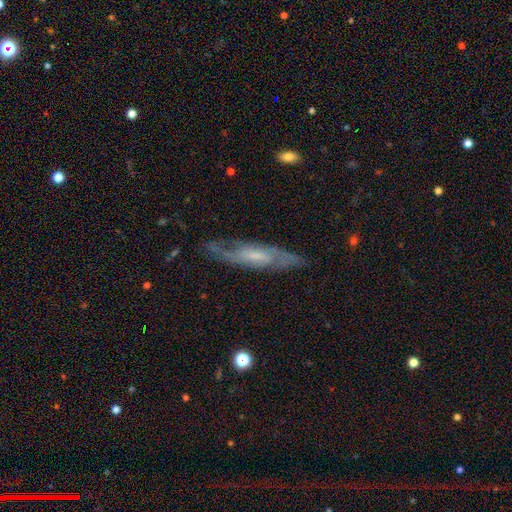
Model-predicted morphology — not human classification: A featured or disk galaxy (75%).

Vote fractions:
- Smooth or featured? featured or disk: 75% / smooth: 19% / star or artifact: 6%
- Edge-on disk? no: 63% / yes: 37%
- Merging? none: 74% / minor disturbance: 17% / major disturbance: 6% / merger: 2%